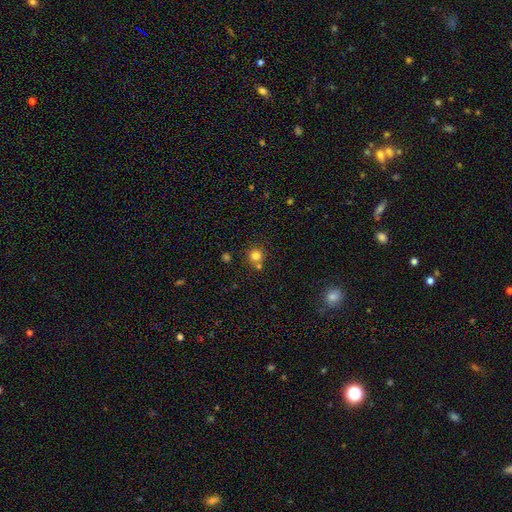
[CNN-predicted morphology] This appears to be a smooth galaxy with no disk features (80%) that is round (92%). Merging: none (69%).